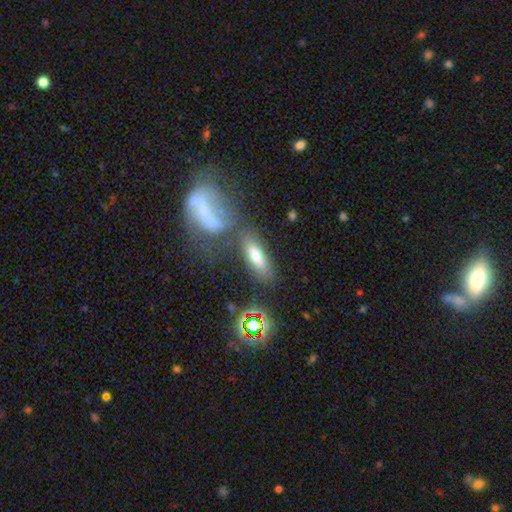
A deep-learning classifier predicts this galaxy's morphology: Smooth or featured? Predicted: smooth (p=0.61). How rounded? Predicted: in between (p=0.59). Merging? Predicted: none (p=0.45).